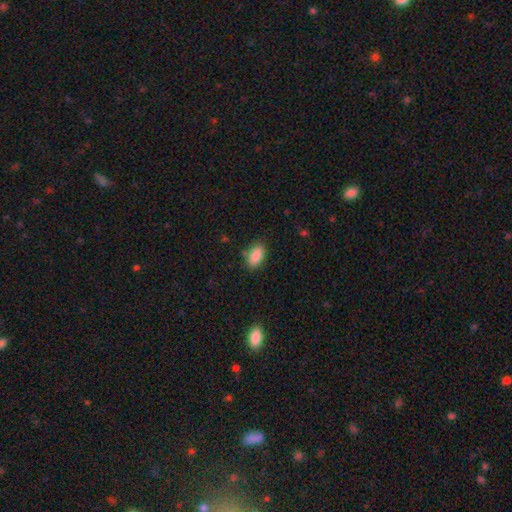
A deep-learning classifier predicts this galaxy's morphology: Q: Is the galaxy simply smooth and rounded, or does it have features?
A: smooth — 86%.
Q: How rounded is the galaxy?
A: in between — 92%.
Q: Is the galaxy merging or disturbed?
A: none — 80%.